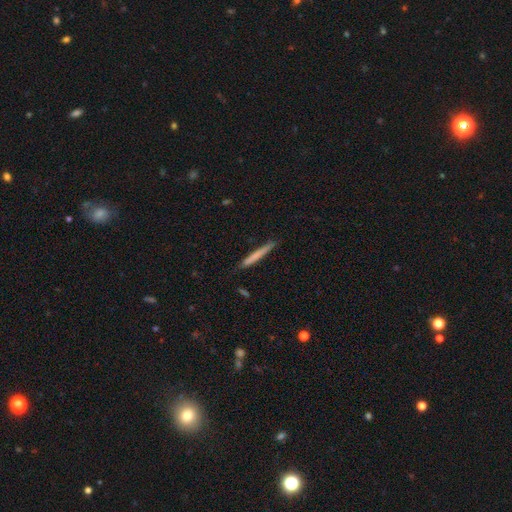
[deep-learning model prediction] smooth 68%, featured or disk 26%, star or artifact 6%. Down the decision tree: how rounded — cigar-shaped (97%); merging — none (89%).